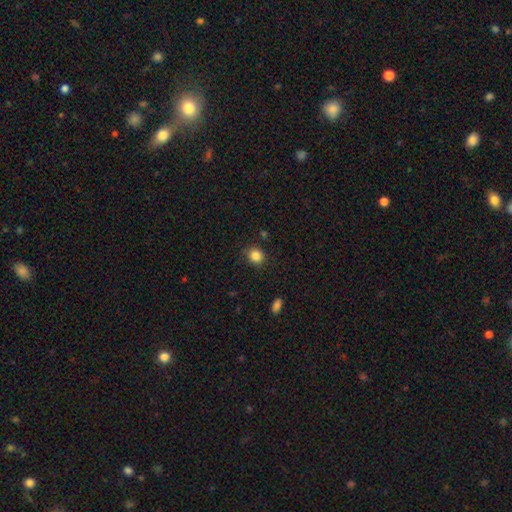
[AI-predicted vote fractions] This appears to be a smooth galaxy with no disk features (85%) that is round (84%). Merging: none (86%).